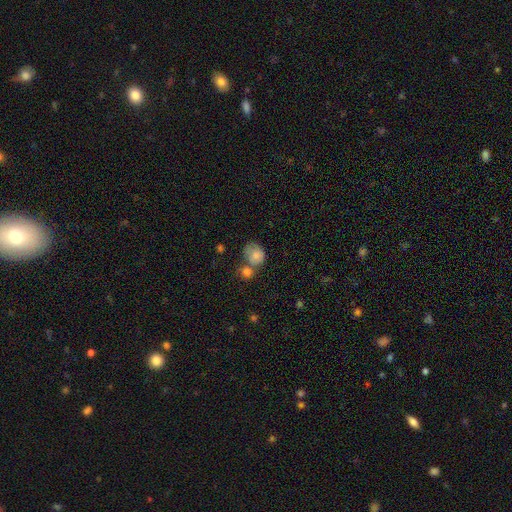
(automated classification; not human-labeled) A smooth galaxy with no disk features (77%) that is round (62%).

Vote fractions:
- Smooth or featured? smooth: 77% / featured or disk: 14% / star or artifact: 9%
- How rounded? round: 62% / in between: 37% / cigar-shaped: 1%
- Merging? merger: 40% / none: 33% / minor disturbance: 18% / major disturbance: 9%